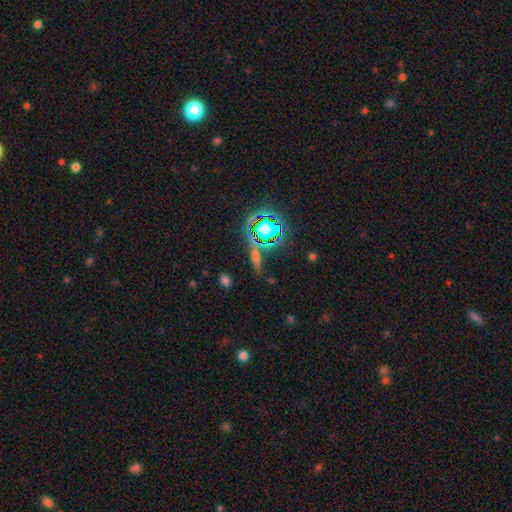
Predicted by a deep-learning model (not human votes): Smooth or featured: smooth — 40% (star or artifact — 36%)
Merging: none — 77% (minor disturbance — 11%)